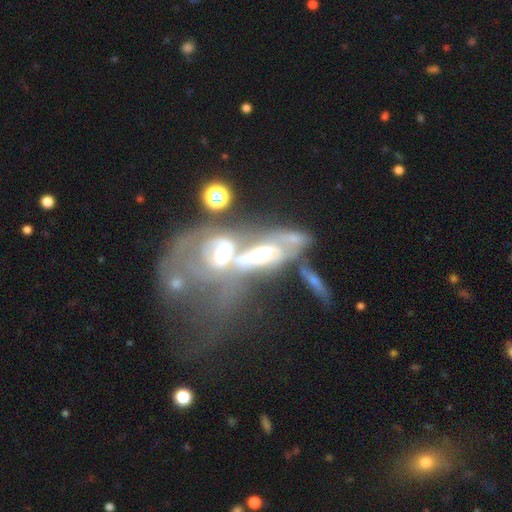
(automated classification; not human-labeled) Smooth or featured: featured or disk — 69% (smooth — 20%)
Edge-on disk: no — 85% (yes — 15%)
Bar: no — 59% (weak — 23%)
Spiral arms: yes — 51% (no — 49%)
Bulge size: moderate — 53% (large — 26%)
Merging: merger — 68% (major disturbance — 18%)